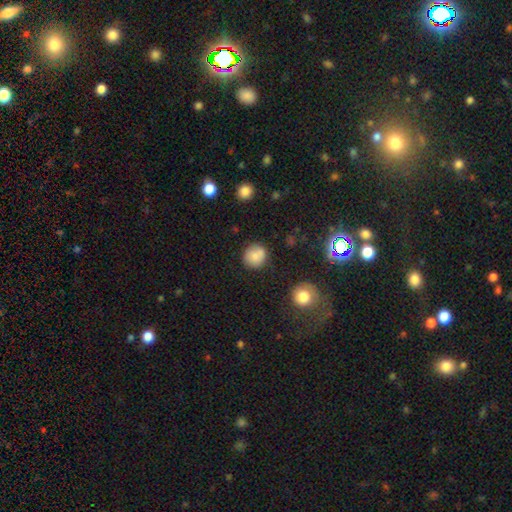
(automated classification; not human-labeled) Overall: smooth (81%). How rounded: round (90%). Merging: none (77%).